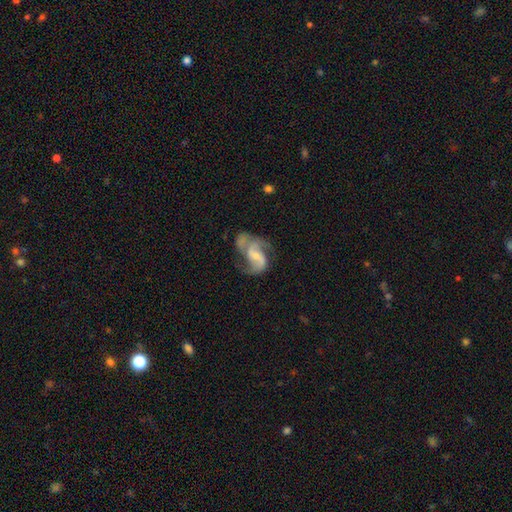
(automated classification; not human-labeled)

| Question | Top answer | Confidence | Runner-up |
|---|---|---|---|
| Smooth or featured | featured or disk | 82% | smooth (12%) |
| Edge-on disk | no | 98% | yes (2%) |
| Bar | weak | 44% | no (41%) |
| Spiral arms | yes | 93% | no (7%) |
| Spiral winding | medium | 49% | loose (38%) |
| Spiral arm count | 2 | 80% | 3 (7%) |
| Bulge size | small | 54% | moderate (32%) |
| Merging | none | 44% | major disturbance (26%) |